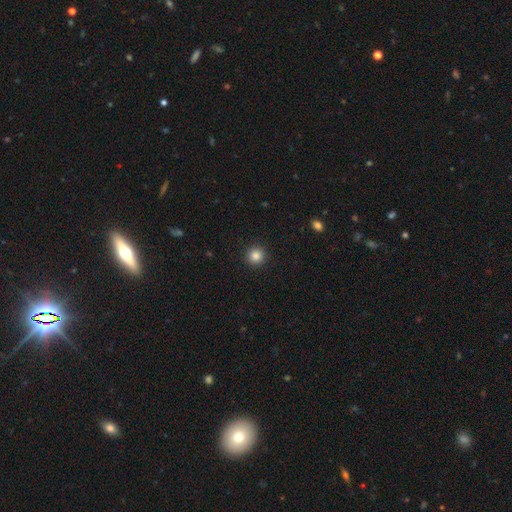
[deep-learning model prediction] Smooth or featured? smooth (85%)
How rounded? round (95%)
Merging? none (93%)